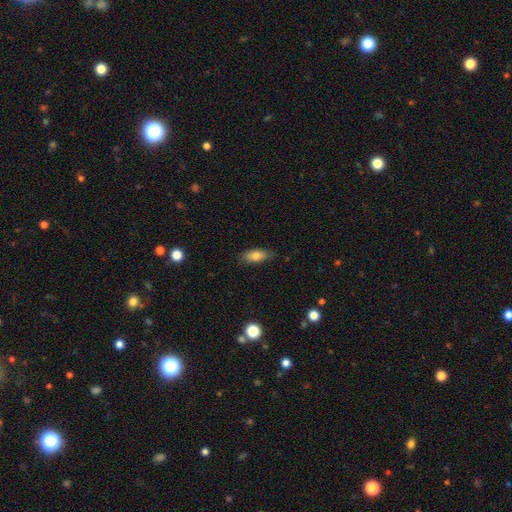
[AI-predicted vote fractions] Smooth or featured? Predicted: smooth (p=0.79). How rounded? Predicted: in between (p=0.81). Merging? Predicted: none (p=0.82).